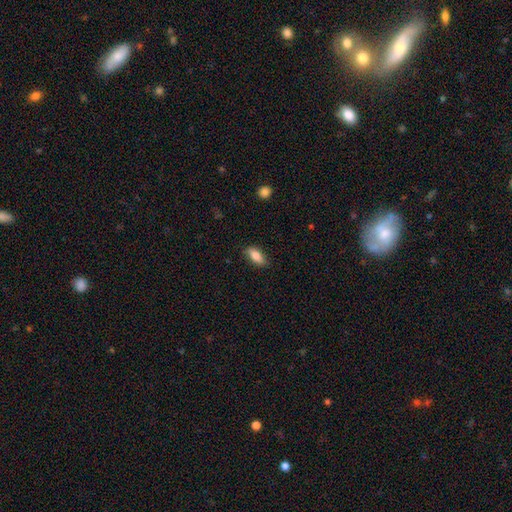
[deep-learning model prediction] A smooth galaxy with no disk features (80%) that is in between round and cigar-shaped (80%).

Vote fractions:
- Smooth or featured? smooth: 80% / featured or disk: 13% / star or artifact: 7%
- How rounded? in between: 80% / cigar-shaped: 16% / round: 3%
- Merging? none: 83% / minor disturbance: 13% / major disturbance: 3% / merger: 1%